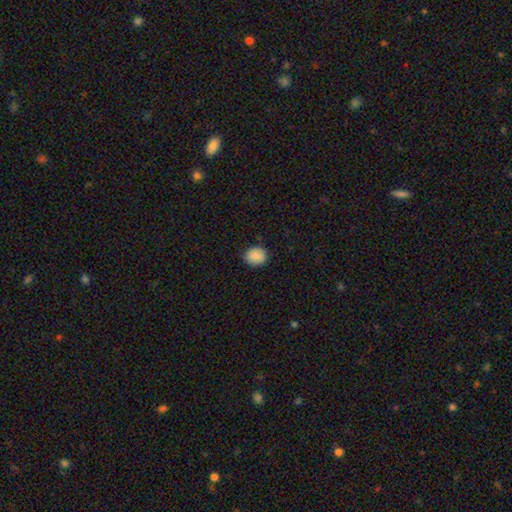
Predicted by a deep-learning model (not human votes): A smooth galaxy with no disk features (89%) that is round (74%).

Vote fractions:
- Smooth or featured? smooth: 89% / star or artifact: 8% / featured or disk: 3%
- How rounded? round: 74% / in between: 26% / cigar-shaped: 1%
- Merging? none: 88% / minor disturbance: 9% / major disturbance: 2% / merger: 1%